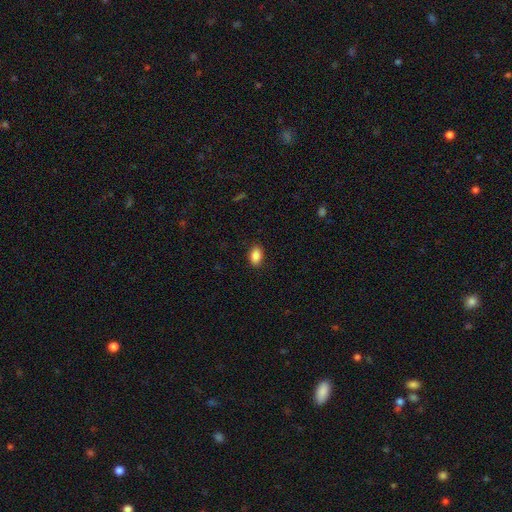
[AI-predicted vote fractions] This appears to be a smooth galaxy with no disk features (88%) that is in between round and cigar-shaped (88%). Merging: none (88%).